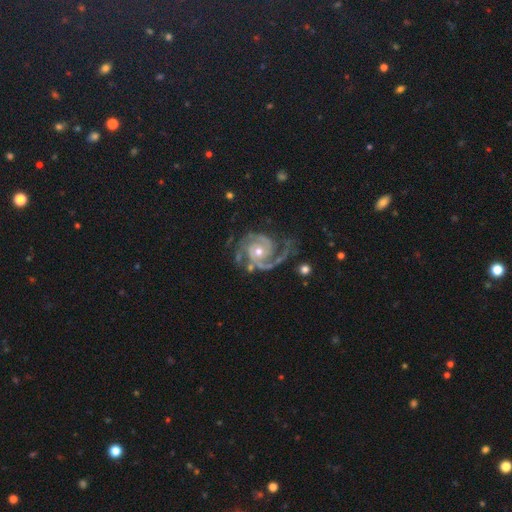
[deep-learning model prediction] Smooth or featured?
  - featured or disk: 92% *
  - star or artifact: 5%
  - smooth: 3%
Edge-on disk?
  - no: 98% *
  - yes: 2%
Bar?
  - no: 69% *
  - weak: 22%
  - strong: 9%
Spiral arms?
  - yes: 98% *
  - no: 2%
Spiral winding?
  - tight: 50% *
  - medium: 42%
  - loose: 8%
Spiral arm count?
  - 2: 67% *
  - 3: 16%
  - can't tell: 6%
  - 1: 4%
  - 4: 3%
  - more than 4: 3%
Bulge size?
  - moderate: 53% *
  - small: 43%
  - large: 2%
  - none: 1%
  - dominant: 1%
Merging?
  - none: 64% *
  - minor disturbance: 19%
  - major disturbance: 13%
  - merger: 3%